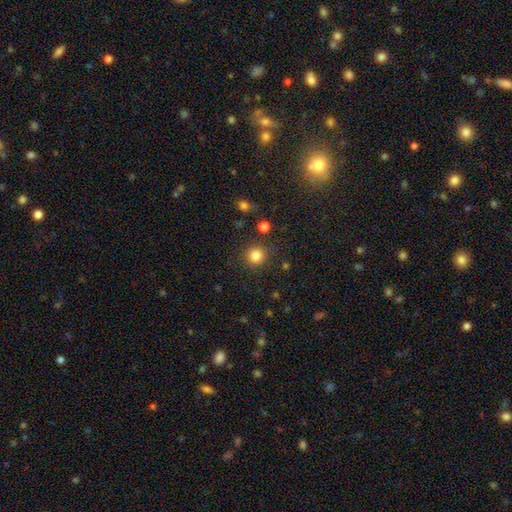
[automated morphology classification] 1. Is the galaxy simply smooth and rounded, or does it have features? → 84% smooth, 12% star or artifact, 4% featured or disk.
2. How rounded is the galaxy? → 93% round, 6% in between, 1% cigar-shaped.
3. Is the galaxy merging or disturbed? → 87% none, 7% minor disturbance, 3% major disturbance, 3% merger.